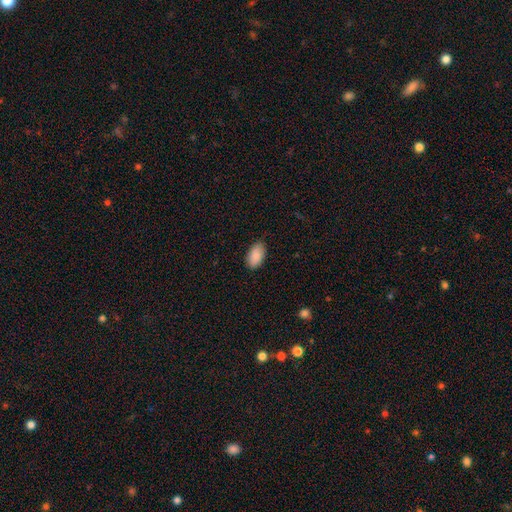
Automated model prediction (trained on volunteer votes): Smooth or featured? Predicted: smooth (p=0.90). How rounded? Predicted: in between (p=0.95). Merging? Predicted: none (p=0.86).